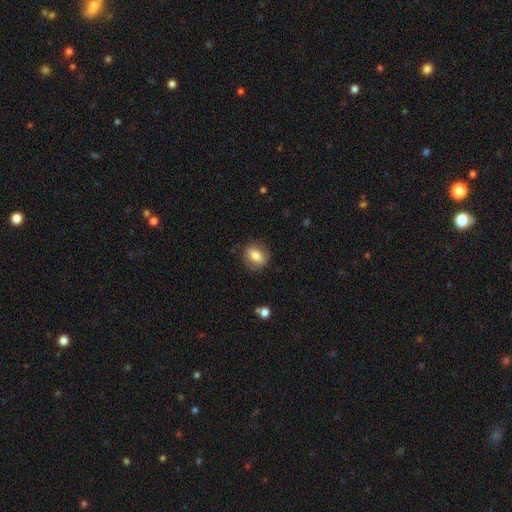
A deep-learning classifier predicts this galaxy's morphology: Q: Smooth or featured?
A: smooth (69%); runner-up: featured or disk (23%)
Q: How rounded?
A: in between (49%); runner-up: round (48%)
Q: Merging?
A: none (81%); runner-up: minor disturbance (13%)